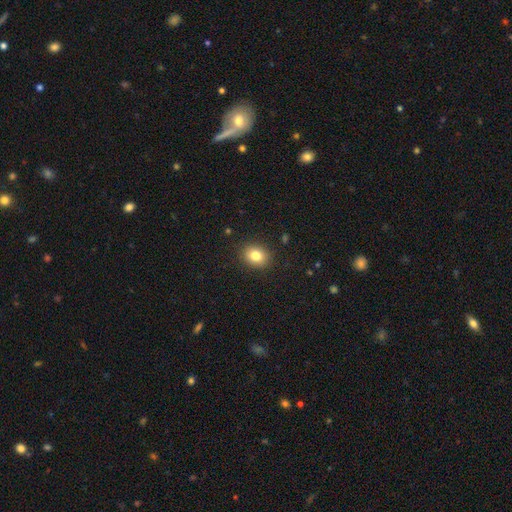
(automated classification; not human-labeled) Q: Smooth or featured?
A: smooth (82%); runner-up: star or artifact (10%)
Q: How rounded?
A: round (51%); runner-up: in between (48%)
Q: Merging?
A: none (89%); runner-up: minor disturbance (8%)